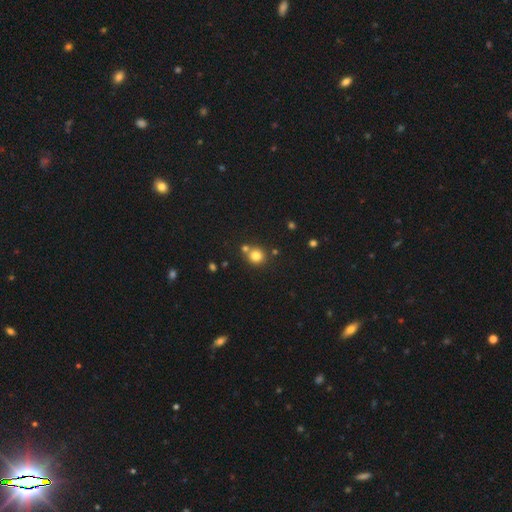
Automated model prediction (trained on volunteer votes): Overall: smooth (79%). How rounded: round (90%). Merging: none (67%).